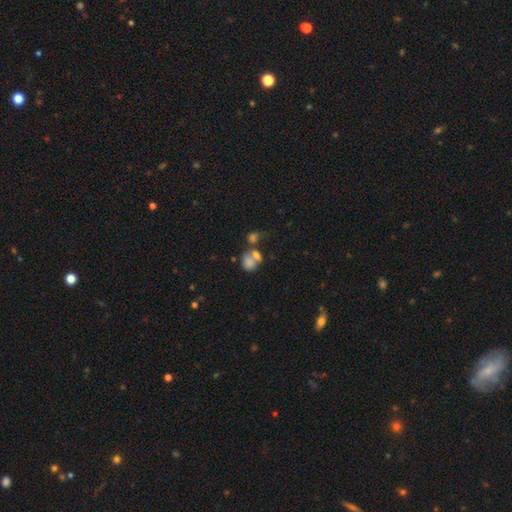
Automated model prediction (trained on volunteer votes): Smooth or featured? Predicted: smooth (p=0.71). How rounded? Predicted: round (p=0.52). Merging? Predicted: merger (p=0.57).